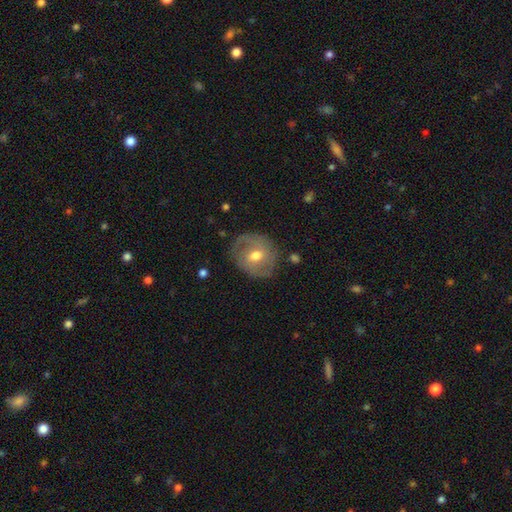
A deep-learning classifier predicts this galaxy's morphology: A featured or disk galaxy (49%). Merging: none (75%).